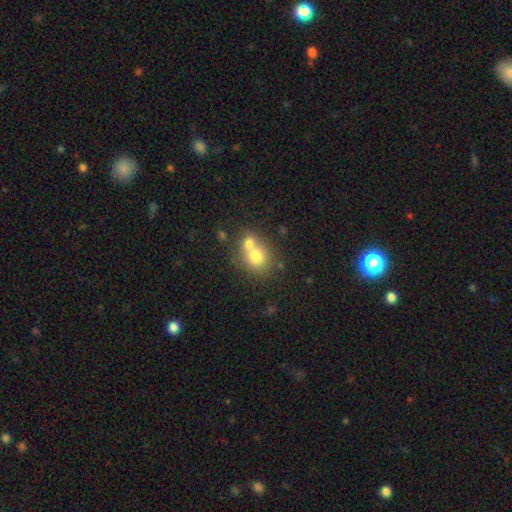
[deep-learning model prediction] Smooth or featured: smooth — 72% (featured or disk — 18%)
How rounded: round — 73% (in between — 27%)
Merging: merger — 58% (none — 32%)